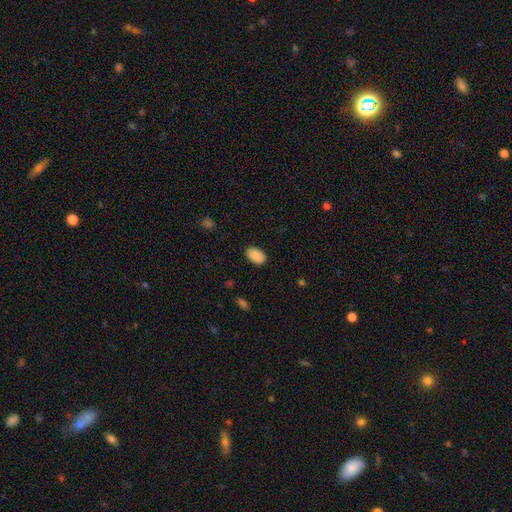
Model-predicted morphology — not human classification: smooth_or_featured: smooth (p=0.89) [alt: star or artifact p=0.07]
how_rounded: in between (p=0.92) [alt: round p=0.07]
merging: none (p=0.87) [alt: minor disturbance p=0.10]